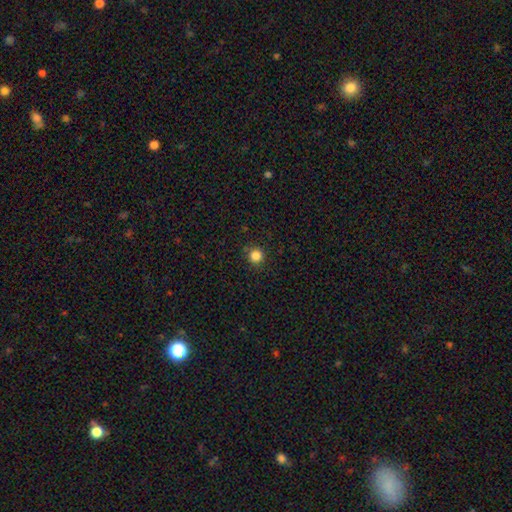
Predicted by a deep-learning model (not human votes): A smooth galaxy with no disk features (84%) that is round (95%). Merging: none (89%).